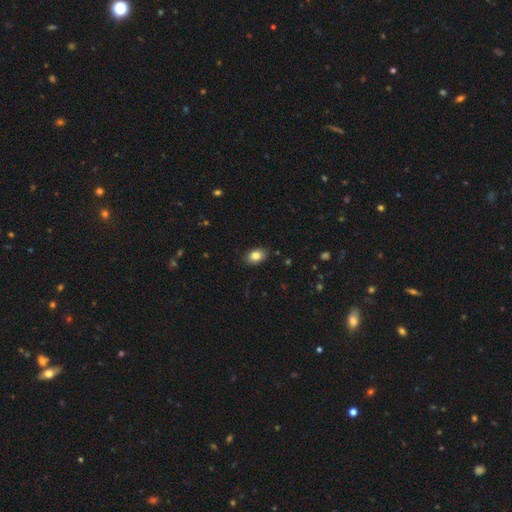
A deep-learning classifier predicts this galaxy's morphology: This is clearly a smooth galaxy (85%). How rounded: clearly in between (83%). Merging: clearly none (85%).